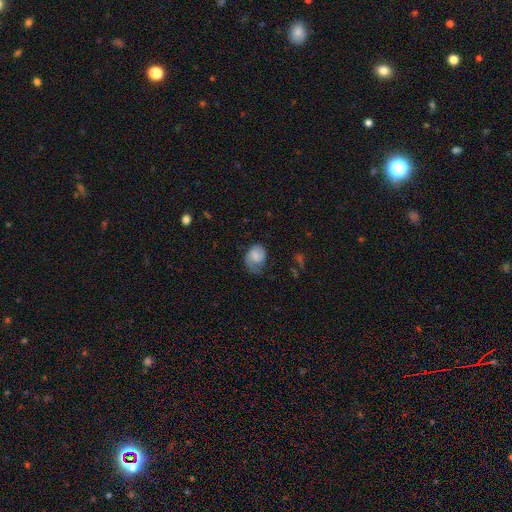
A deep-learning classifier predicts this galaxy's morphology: This appears to be a smooth galaxy with no disk features (55%) that is in between round and cigar-shaped (57%). Merging: none (40%).